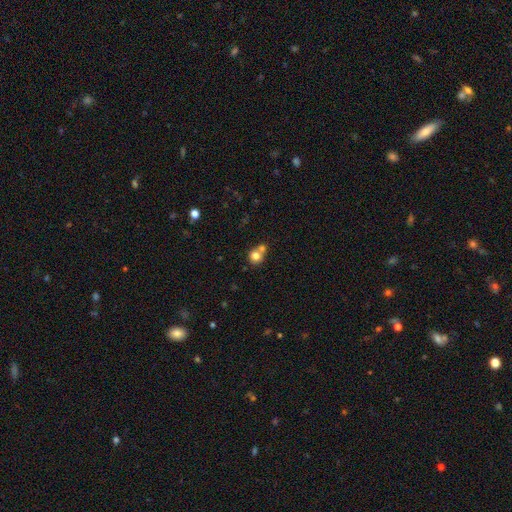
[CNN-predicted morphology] This is likely a smooth galaxy (78%). How rounded: clearly round (85%). Merging: possibly merger (46%).